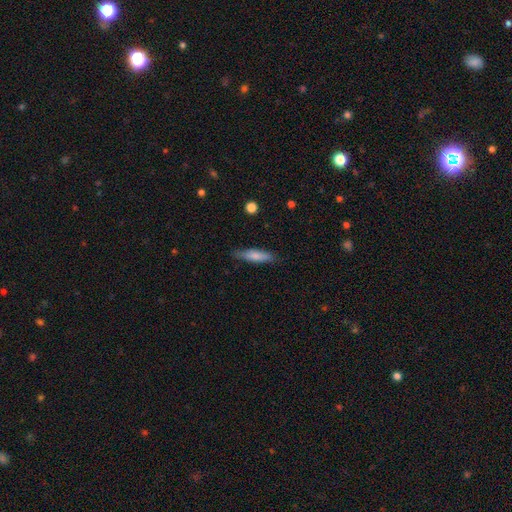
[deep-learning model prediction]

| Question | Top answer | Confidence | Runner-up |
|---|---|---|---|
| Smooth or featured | smooth | 76% | featured or disk (18%) |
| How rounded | cigar-shaped | 76% | in between (23%) |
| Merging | none | 81% | minor disturbance (15%) |